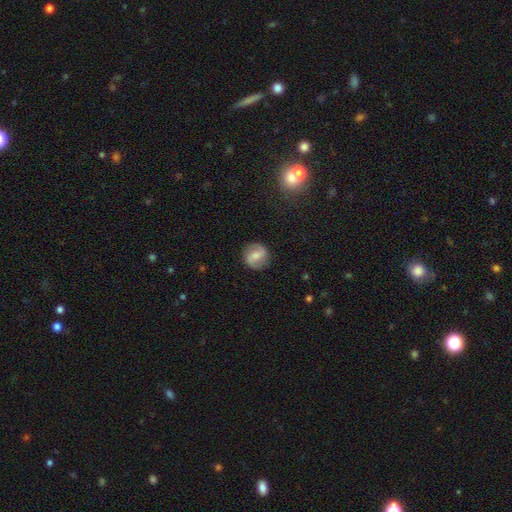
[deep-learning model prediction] Smooth or featured: smooth — 47% (featured or disk — 45%)
Merging: none — 86% (minor disturbance — 10%)